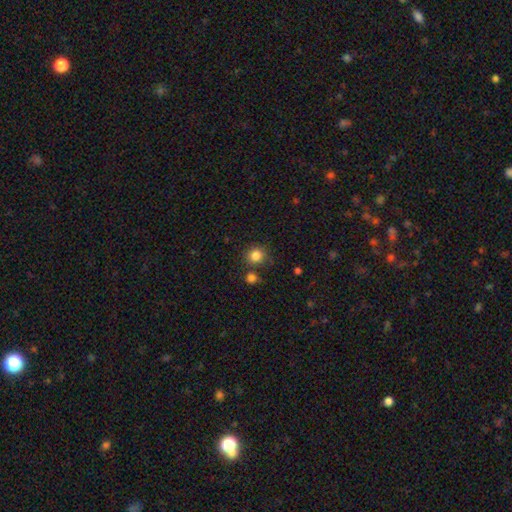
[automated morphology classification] type=smooth (84%); roundness=round (88%); merging=none (78%).